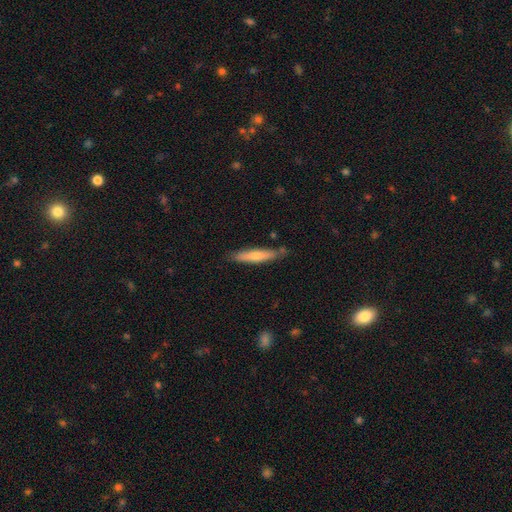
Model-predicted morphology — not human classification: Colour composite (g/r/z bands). It shows a smooth galaxy with no disk features (67%) that is cigar-shaped (89%). Merging: none (80%).